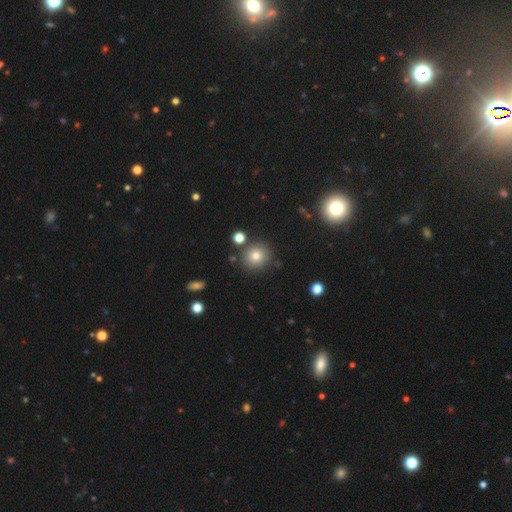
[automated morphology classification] Smooth or featured? Predicted: smooth (p=0.79). How rounded? Predicted: round (p=0.87). Merging? Predicted: none (p=0.83).